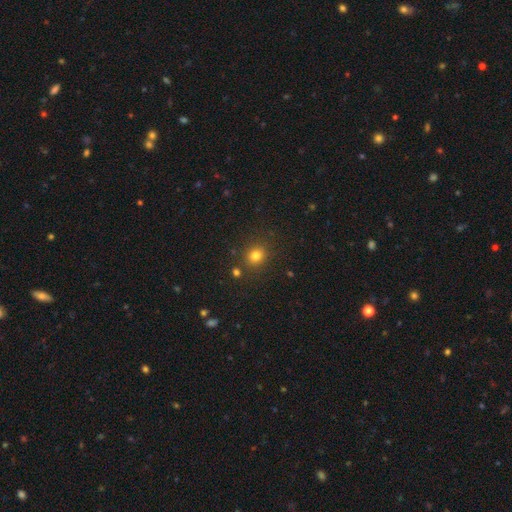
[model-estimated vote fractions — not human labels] Smooth or featured? smooth (79%)
How rounded? round (79%)
Merging? none (84%)